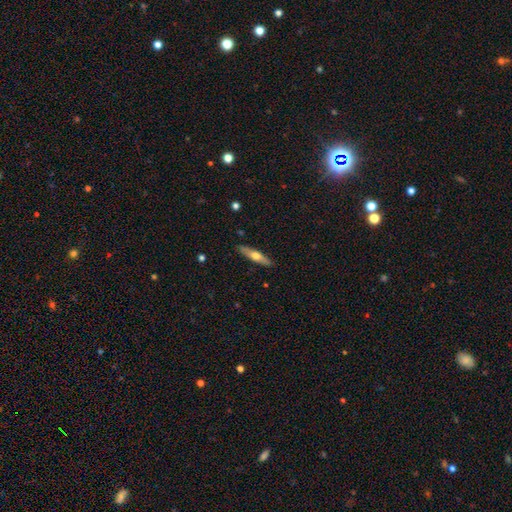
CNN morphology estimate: A featured or disk galaxy (48%). Merging: none (90%).